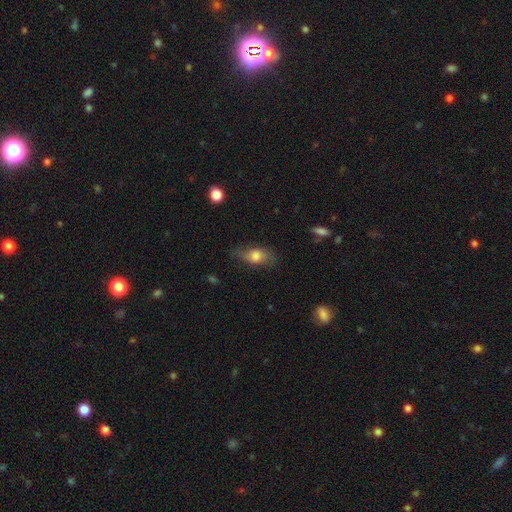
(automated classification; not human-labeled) Smooth or featured: smooth — 66% (featured or disk — 26%)
How rounded: in between — 81% (round — 10%)
Merging: none — 65% (minor disturbance — 25%)